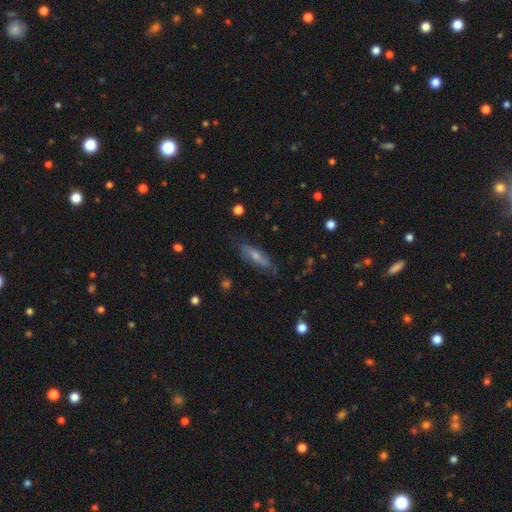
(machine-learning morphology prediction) type=featured or disk (55%); edge-on=no (64%); merging=none (73%).